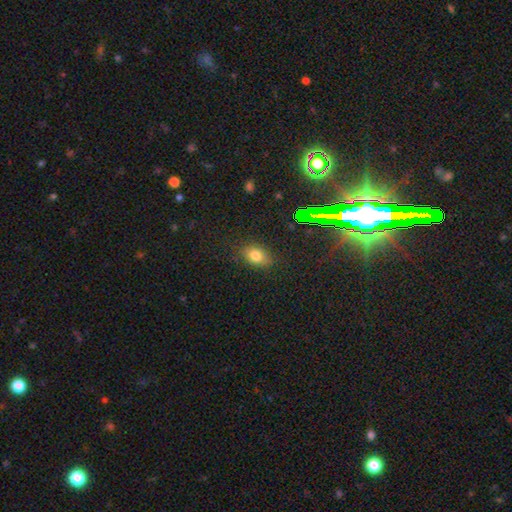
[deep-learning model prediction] A smooth galaxy with no disk features (75%) that is in between round and cigar-shaped (76%). Merging: none (84%).